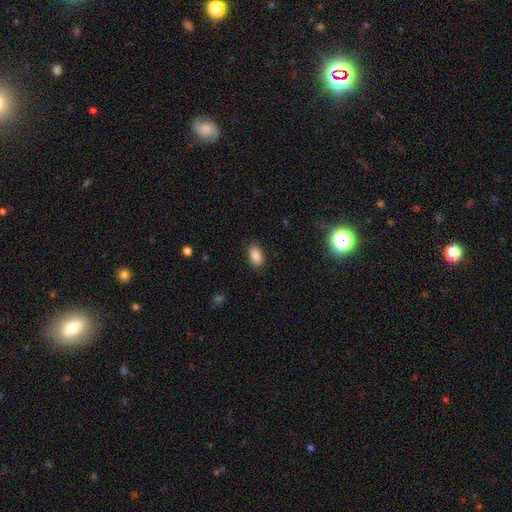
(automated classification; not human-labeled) Smooth or featured: smooth — 88% (star or artifact — 8%)
How rounded: in between — 91% (round — 7%)
Merging: none — 87% (minor disturbance — 9%)